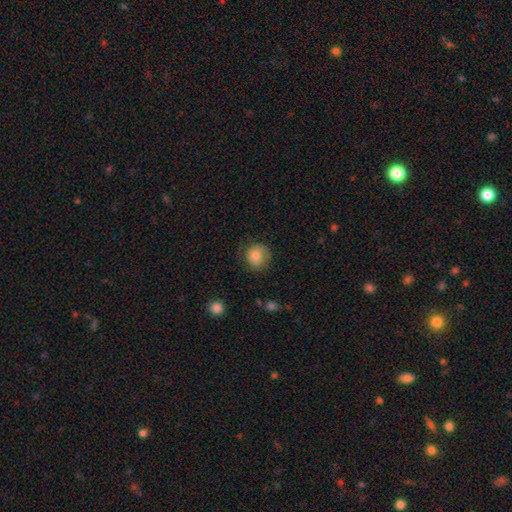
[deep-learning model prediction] Smooth or featured?
  - smooth: 77% *
  - featured or disk: 14%
  - star or artifact: 8%
How rounded?
  - round: 83% *
  - in between: 16%
  - cigar-shaped: 1%
Merging?
  - none: 65% *
  - minor disturbance: 23%
  - major disturbance: 11%
  - merger: 1%